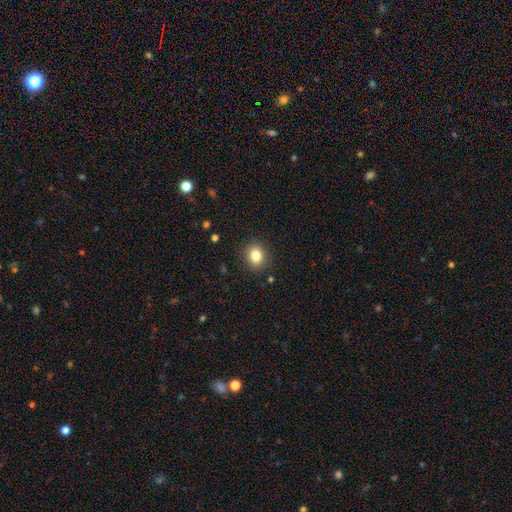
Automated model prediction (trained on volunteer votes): This is clearly a smooth galaxy (83%). How rounded: likely round (69%). Merging: clearly none (89%).